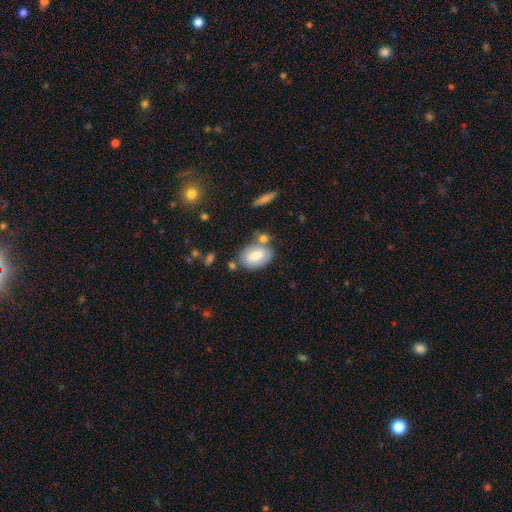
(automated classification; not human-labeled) Smooth or featured? Predicted: smooth (p=0.72). How rounded? Predicted: in between (p=0.87). Merging? Predicted: none (p=0.63).